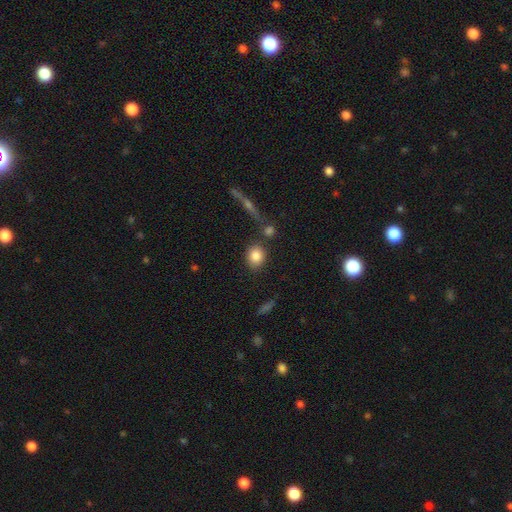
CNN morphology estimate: type=smooth (84%); roundness=round (53%); merging=none (75%).